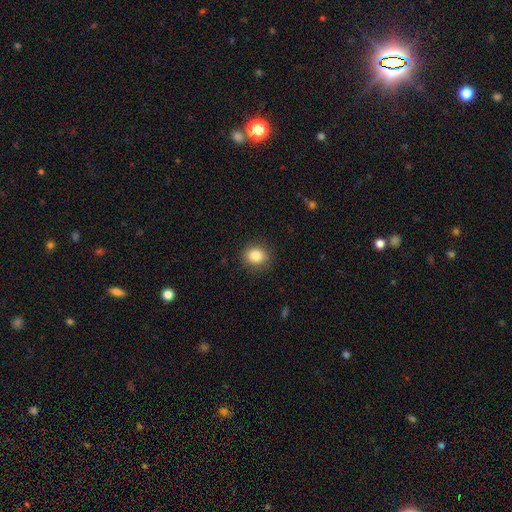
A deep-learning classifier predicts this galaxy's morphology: The model was most divided on "how rounded": round: 70%, in between: 29%, cigar-shaped: 1%. More confident: merging — none (88%); smooth or featured — smooth (85%).